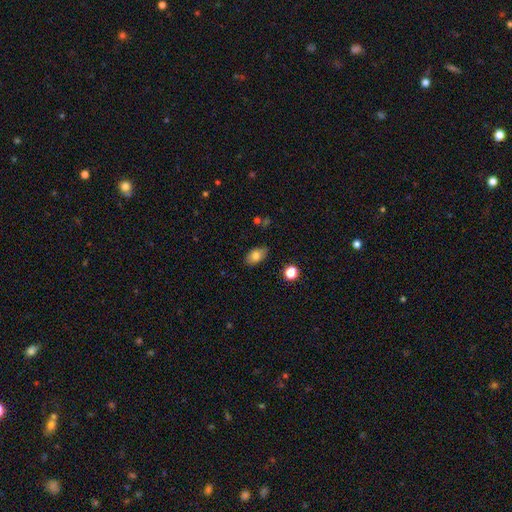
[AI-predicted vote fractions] Smooth or featured?
  - smooth: 78% *
  - featured or disk: 12%
  - star or artifact: 10%
How rounded?
  - in between: 89% *
  - round: 10%
  - cigar-shaped: 2%
Merging?
  - none: 82% *
  - minor disturbance: 14%
  - major disturbance: 3%
  - merger: 2%